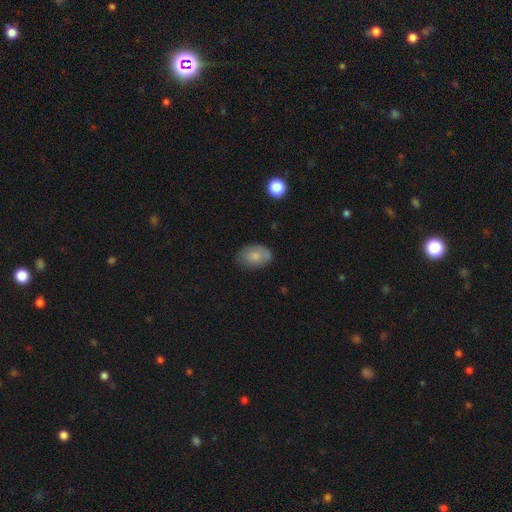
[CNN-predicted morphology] Smooth or featured? Predicted: smooth (p=0.77). How rounded? Predicted: in between (p=0.85). Merging? Predicted: none (p=0.71).